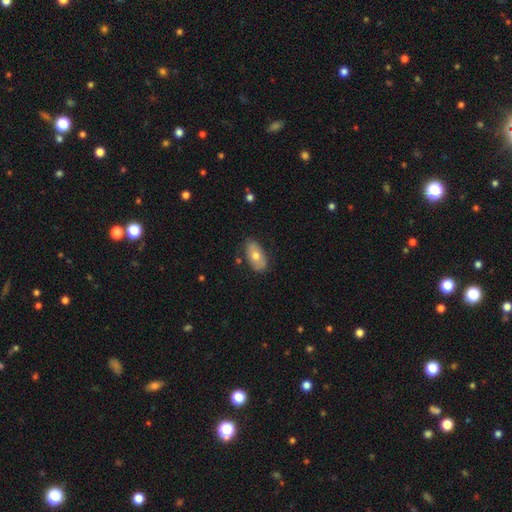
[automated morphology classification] smooth_or_featured: smooth (p=0.61) [alt: featured or disk p=0.32]
how_rounded: in between (p=0.92) [alt: round p=0.05]
merging: none (p=0.78) [alt: minor disturbance p=0.17]